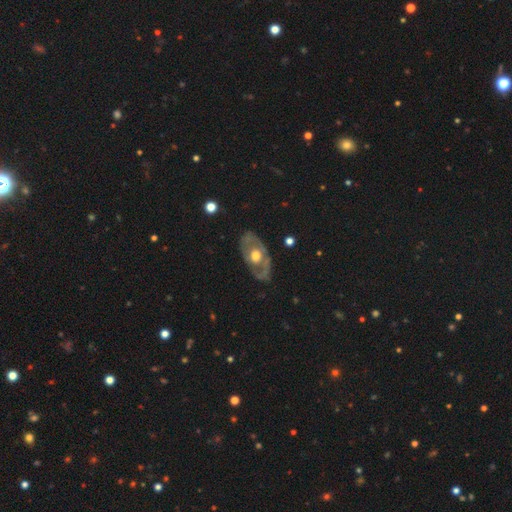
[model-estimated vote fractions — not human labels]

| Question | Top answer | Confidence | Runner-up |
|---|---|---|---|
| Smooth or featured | featured or disk | 68% | smooth (27%) |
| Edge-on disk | no | 89% | yes (11%) |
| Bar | no | 84% | weak (13%) |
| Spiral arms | no | 66% | yes (34%) |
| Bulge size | moderate | 63% | large (27%) |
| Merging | none | 70% | minor disturbance (20%) |